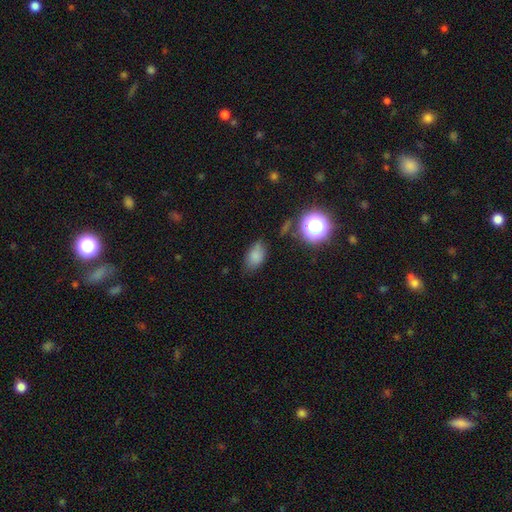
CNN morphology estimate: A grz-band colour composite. It shows a smooth galaxy with no disk features (77%) that is in between round and cigar-shaped (87%). Merging: none (64%).